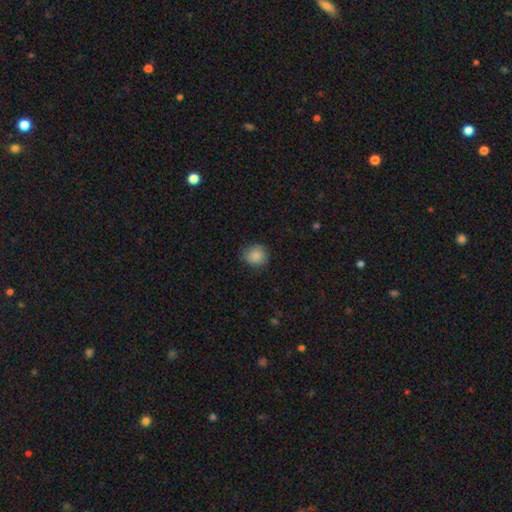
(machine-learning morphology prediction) smooth-or-featured: smooth: 87% | star or artifact: 9% | featured or disk: 4%
  how-rounded: round: 85% | in between: 14% | cigar-shaped: 1%
  merging: none: 79% | minor disturbance: 17% | major disturbance: 3% | merger: 1%